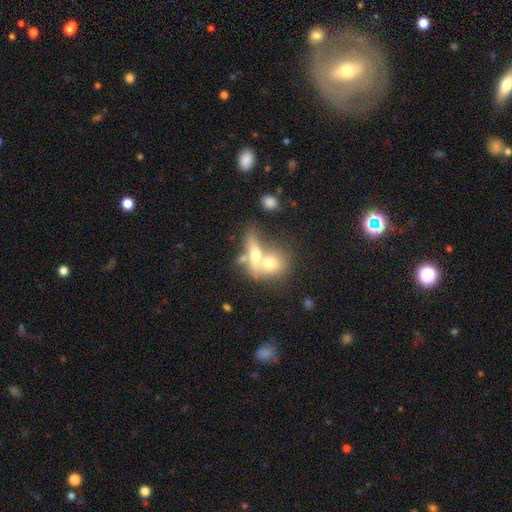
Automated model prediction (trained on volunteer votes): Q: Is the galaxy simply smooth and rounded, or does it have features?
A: smooth — 59%.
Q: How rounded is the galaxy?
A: in between — 54%.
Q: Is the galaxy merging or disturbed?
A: merger — 69%.